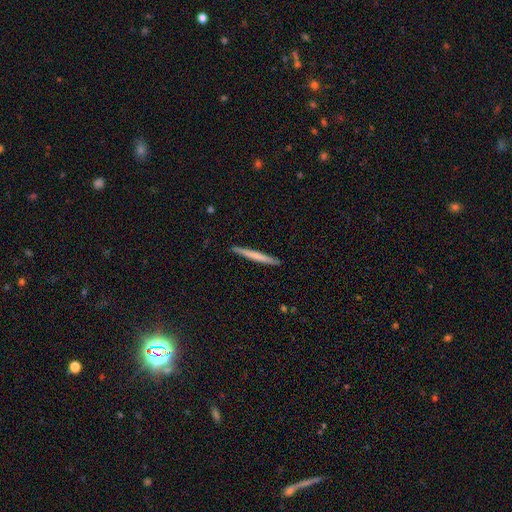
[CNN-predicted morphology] type=smooth (61%); roundness=cigar-shaped (97%); merging=none (92%).